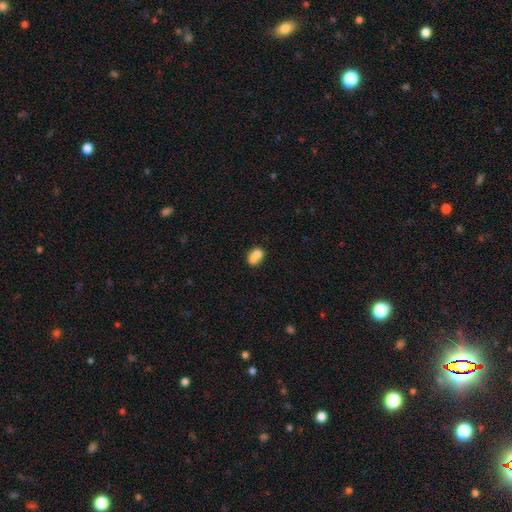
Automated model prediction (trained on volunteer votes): smooth-or-featured: smooth: 73% | featured or disk: 18% | star or artifact: 9%
  how-rounded: in between: 62% | round: 37% | cigar-shaped: 1%
  merging: merger: 56% | none: 28% | minor disturbance: 11% | major disturbance: 5%